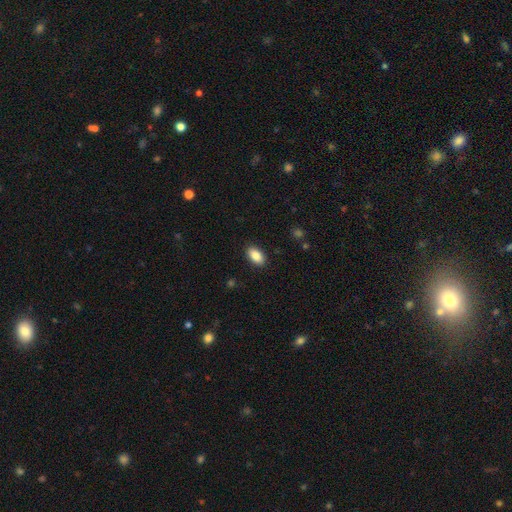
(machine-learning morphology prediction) Smooth or featured? Predicted: smooth (p=0.87). How rounded? Predicted: in between (p=0.93). Merging? Predicted: none (p=0.89).